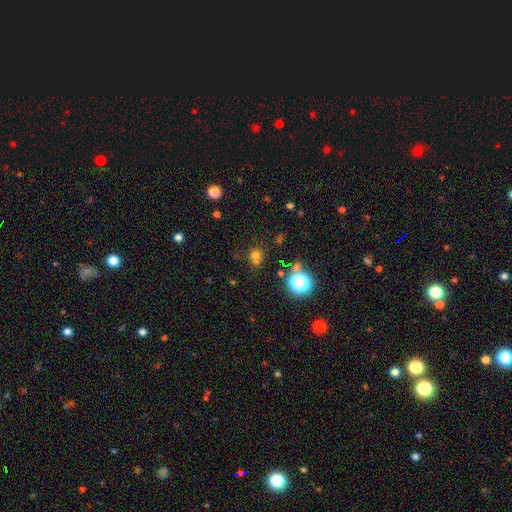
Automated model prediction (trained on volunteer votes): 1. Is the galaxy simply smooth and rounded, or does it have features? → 63% smooth, 28% star or artifact, 10% featured or disk.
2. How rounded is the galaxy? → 82% round, 16% in between, 1% cigar-shaped.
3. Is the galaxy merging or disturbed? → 58% none, 26% merger, 11% minor disturbance, 5% major disturbance.